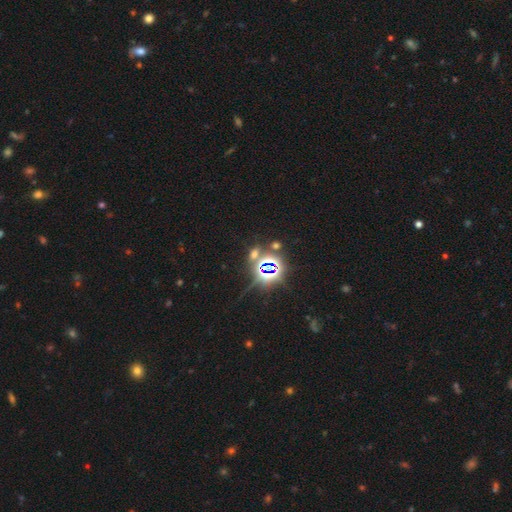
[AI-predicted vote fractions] A star or artifact, not a galaxy (82%).

Vote fractions:
- Smooth or featured? star or artifact: 82% / smooth: 11% / featured or disk: 8%